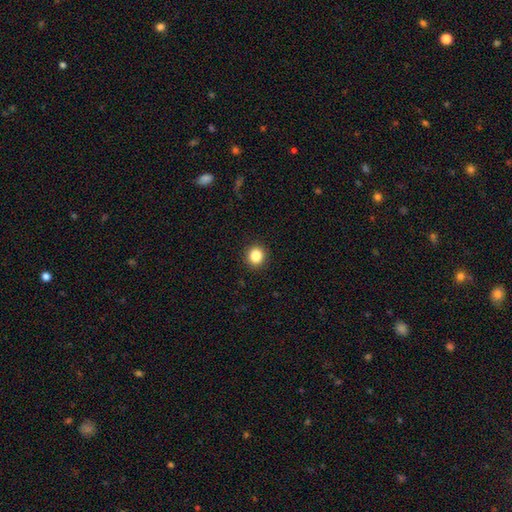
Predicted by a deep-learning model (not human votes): Smooth or featured? Predicted: smooth (p=0.86). How rounded? Predicted: round (p=0.87). Merging? Predicted: none (p=0.92).